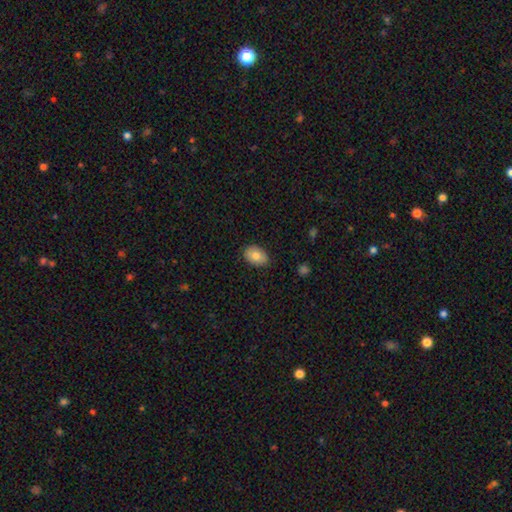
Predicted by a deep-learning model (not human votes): Smooth or featured: smooth — 79% (featured or disk — 13%)
How rounded: in between — 79% (round — 20%)
Merging: none — 83% (minor disturbance — 13%)